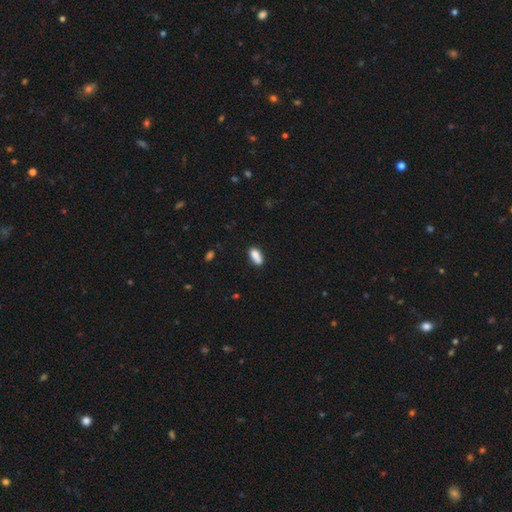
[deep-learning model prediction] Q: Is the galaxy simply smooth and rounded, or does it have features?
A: smooth — 84%.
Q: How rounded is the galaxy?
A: in between — 86%.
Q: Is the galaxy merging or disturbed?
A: none — 64%.